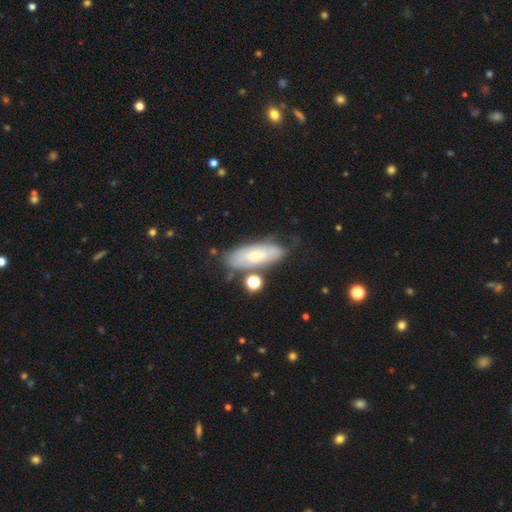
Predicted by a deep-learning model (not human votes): Smooth or featured? smooth (53%)
How rounded? in between (68%)
Merging? none (66%)